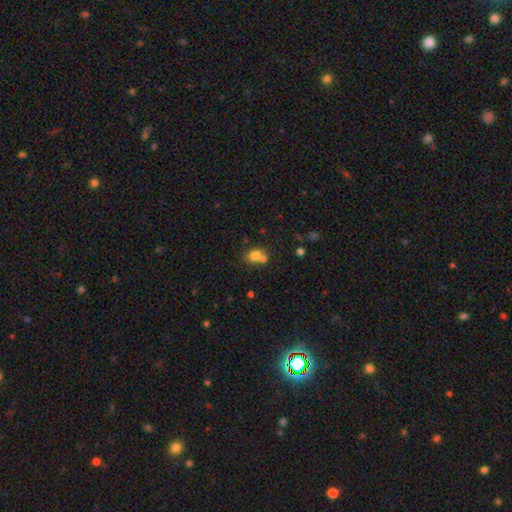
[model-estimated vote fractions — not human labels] Morphology: type=smooth (75%); roundness=round (52%); merging=merger (42%).